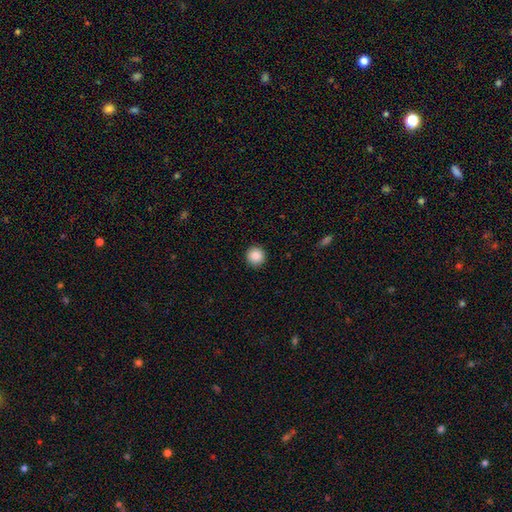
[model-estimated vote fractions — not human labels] Morphology: type=smooth (88%); roundness=round (95%); merging=none (93%).